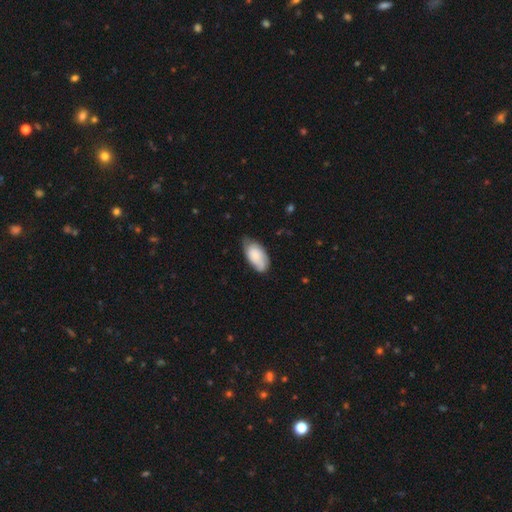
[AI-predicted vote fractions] smooth 67%, featured or disk 27%, star or artifact 6%. Down the decision tree: how rounded — in between (93%); merging — none (54%).